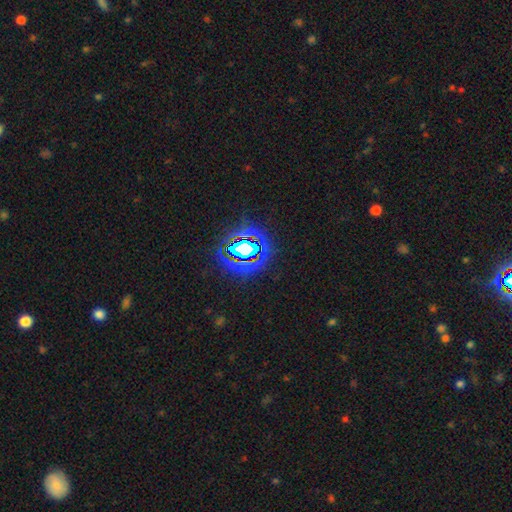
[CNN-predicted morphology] Smooth or featured?
  - star or artifact: 80% *
  - smooth: 13%
  - featured or disk: 7%